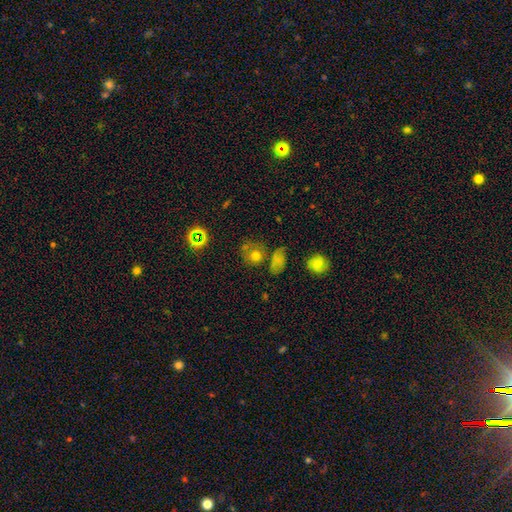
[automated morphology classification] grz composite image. It shows a smooth galaxy with no disk features (69%) that is round (79%). Merging: none (63%).